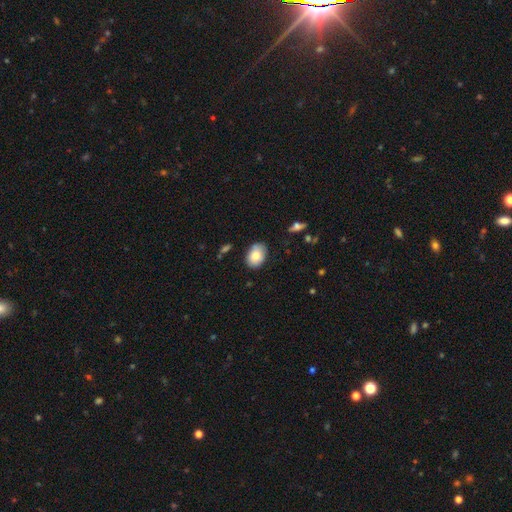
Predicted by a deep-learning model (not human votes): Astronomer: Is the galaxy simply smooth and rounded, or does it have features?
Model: smooth — 80%.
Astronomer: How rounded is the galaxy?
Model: in between — 81%.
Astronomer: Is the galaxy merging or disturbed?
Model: none — 81%.